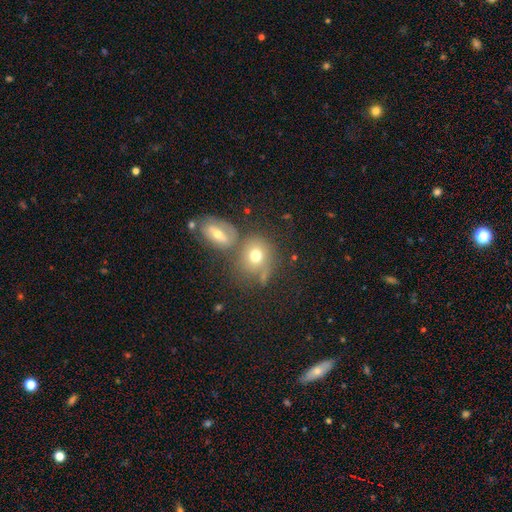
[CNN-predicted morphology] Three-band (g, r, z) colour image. It shows a smooth galaxy with no disk features (68%) that is round (69%). Merging: none (46%).